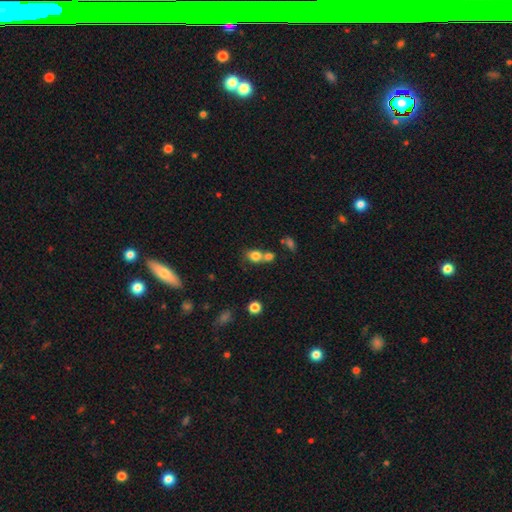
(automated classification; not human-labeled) Smooth or featured: smooth — 77% (star or artifact — 12%)
How rounded: round — 58% (in between — 41%)
Merging: merger — 48% (none — 37%)